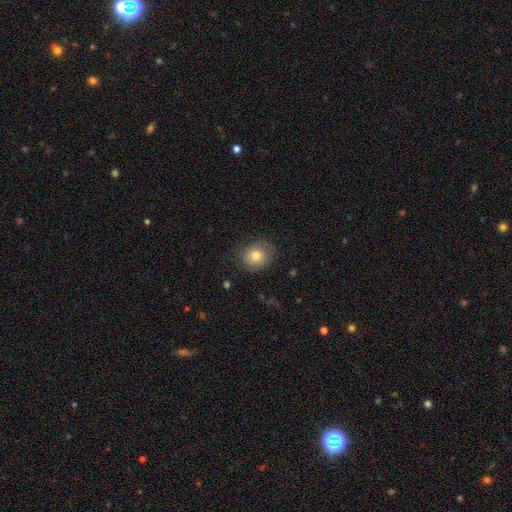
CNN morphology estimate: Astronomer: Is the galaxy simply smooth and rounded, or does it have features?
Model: smooth — 75%.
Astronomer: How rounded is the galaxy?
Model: round — 72%.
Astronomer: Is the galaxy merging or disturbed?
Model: none — 79%.